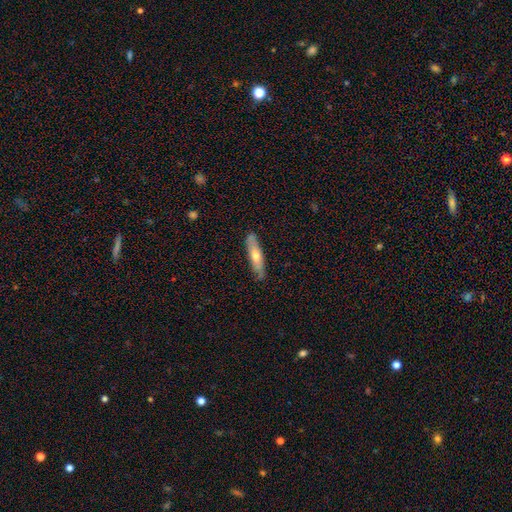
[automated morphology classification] A smooth galaxy with no disk features (55%) that is cigar-shaped (75%). Merging: none (81%).